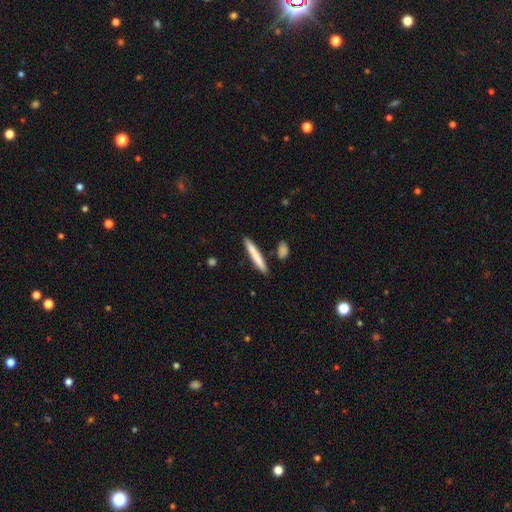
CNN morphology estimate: Smooth or featured: smooth — 75% (featured or disk — 20%)
How rounded: cigar-shaped — 95% (in between — 4%)
Merging: none — 87% (minor disturbance — 7%)